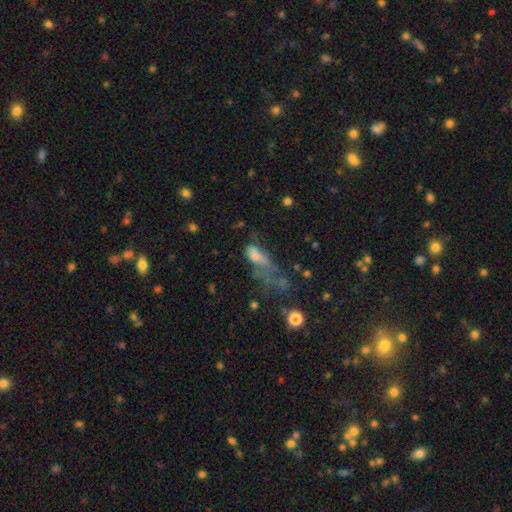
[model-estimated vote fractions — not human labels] Smooth or featured: smooth — 54% (featured or disk — 29%)
How rounded: in between — 69% (cigar-shaped — 24%)
Merging: major disturbance — 52% (none — 18%)